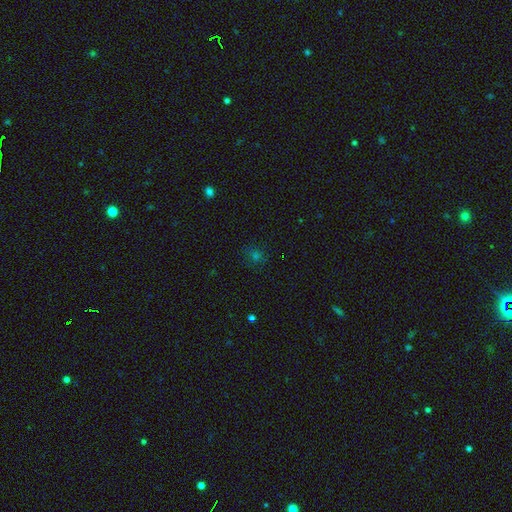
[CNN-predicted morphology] The model was most divided on "smooth or featured": smooth: 51%, star or artifact: 40%, featured or disk: 10%. More confident: merging — none (85%); how rounded — round (84%).